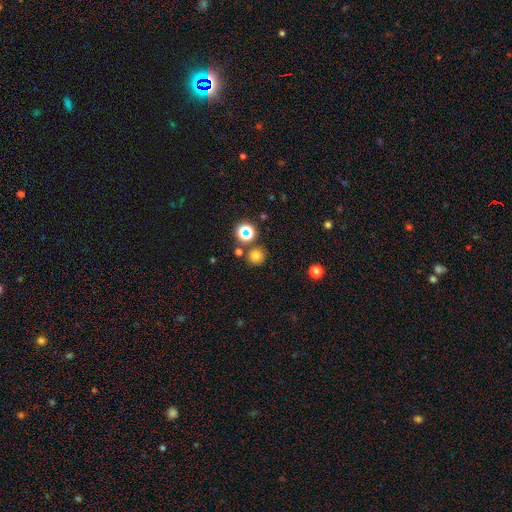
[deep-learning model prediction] Smooth or featured: smooth — 72% (star or artifact — 21%)
How rounded: round — 92% (in between — 7%)
Merging: none — 81% (merger — 9%)